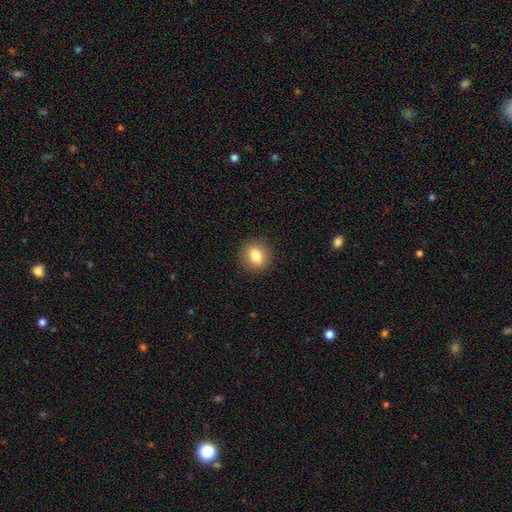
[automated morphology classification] Smooth or featured: smooth — 81% (star or artifact — 9%)
How rounded: round — 74% (in between — 25%)
Merging: none — 90% (minor disturbance — 7%)